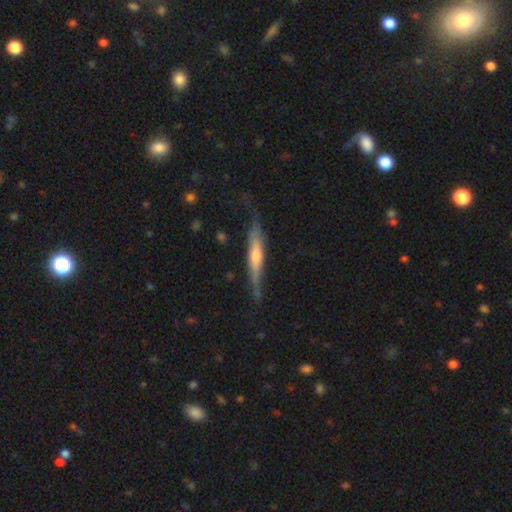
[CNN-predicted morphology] type=featured or disk (58%); edge-on=yes (89%); edge-on bulge=rounded (52%); merging=none (64%).